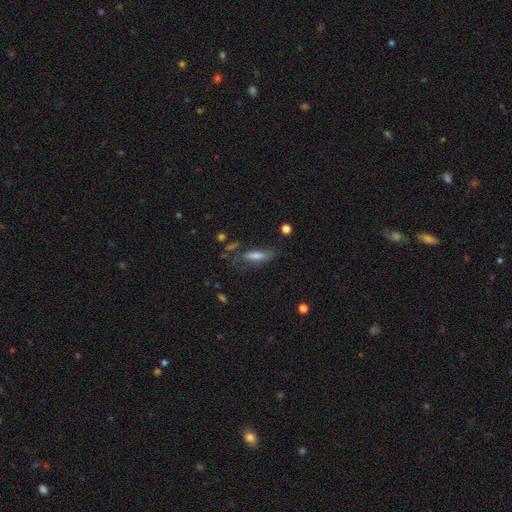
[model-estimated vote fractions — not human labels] Morphology: type=smooth (62%); roundness=cigar-shaped (53%); merging=none (58%).